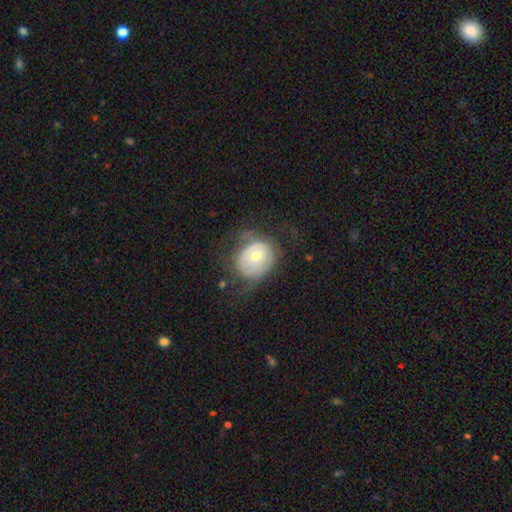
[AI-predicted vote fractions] Smooth or featured?
  - featured or disk: 51% *
  - smooth: 41%
  - star or artifact: 8%
Edge-on disk?
  - no: 95% *
  - yes: 5%
Merging?
  - none: 41% *
  - major disturbance: 30%
  - minor disturbance: 27%
  - merger: 2%